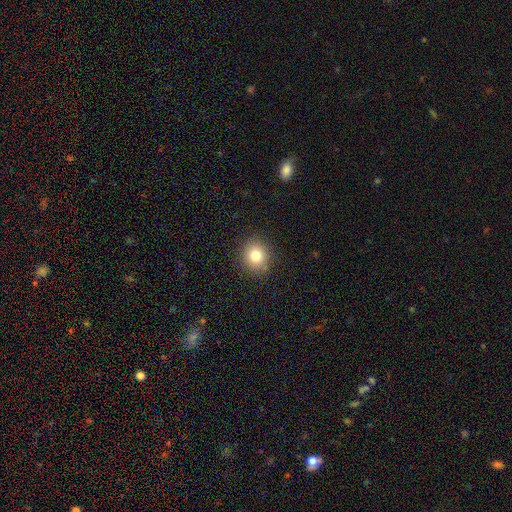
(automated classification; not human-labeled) A smooth galaxy with no disk features (80%) that is round (82%).

Vote fractions:
- Smooth or featured? smooth: 80% / star or artifact: 12% / featured or disk: 8%
- How rounded? round: 82% / in between: 17% / cigar-shaped: 1%
- Merging? none: 90% / minor disturbance: 7% / major disturbance: 2% / merger: 1%